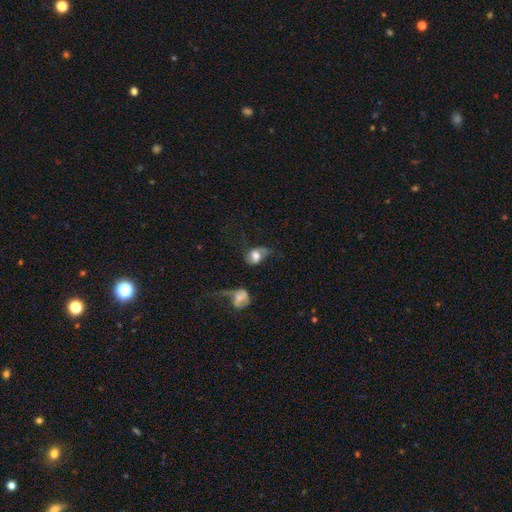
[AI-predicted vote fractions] Overall: smooth (51%; featured or disk 40%). How rounded: in between (62%; round 36%). Merging: major disturbance (35%; none 29%).